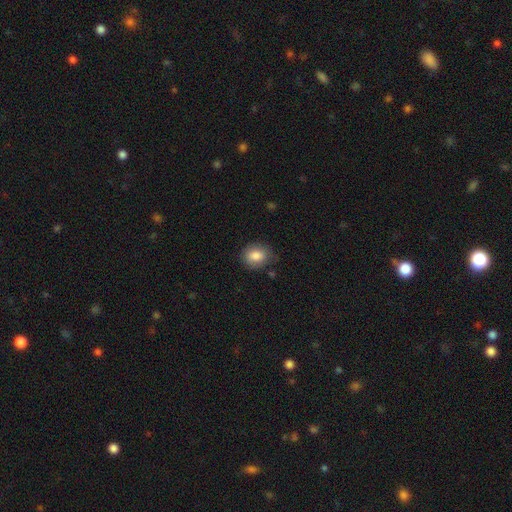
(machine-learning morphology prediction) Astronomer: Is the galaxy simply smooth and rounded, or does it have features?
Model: smooth — 84%.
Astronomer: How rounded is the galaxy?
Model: round — 50% (runner-up: in between, 49%).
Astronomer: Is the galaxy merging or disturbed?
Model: none — 79%.